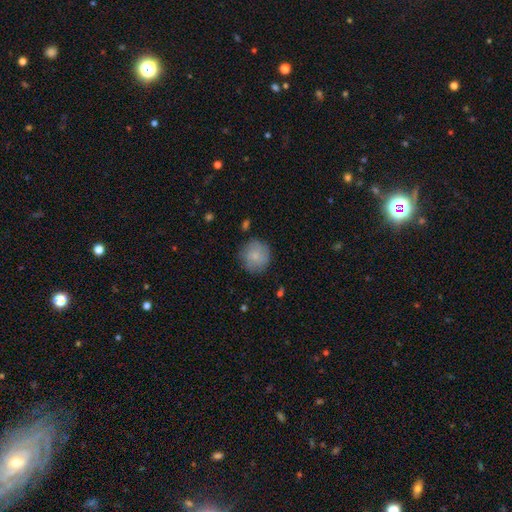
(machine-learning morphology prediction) smooth_or_featured: smooth (p=0.73) [alt: featured or disk p=0.20]
how_rounded: round (p=0.92) [alt: in between p=0.07]
merging: none (p=0.80) [alt: minor disturbance p=0.14]